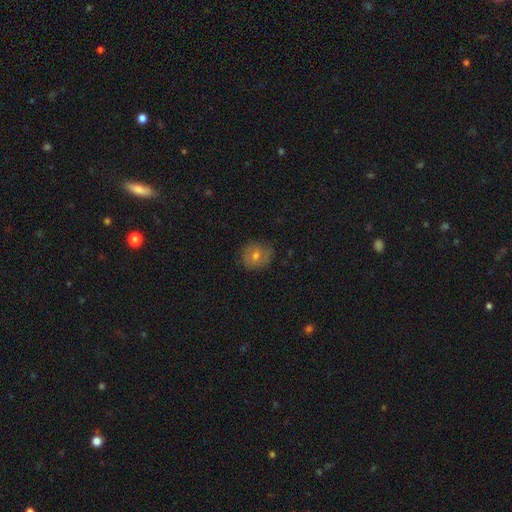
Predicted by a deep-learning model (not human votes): A smooth galaxy with no disk features (55%) that is round (85%). Merging: none (79%).